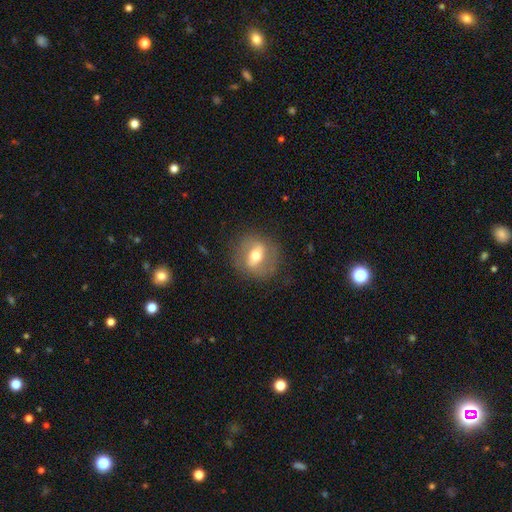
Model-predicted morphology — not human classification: type=featured or disk (53%); edge-on=no (85%); merging=none (79%).